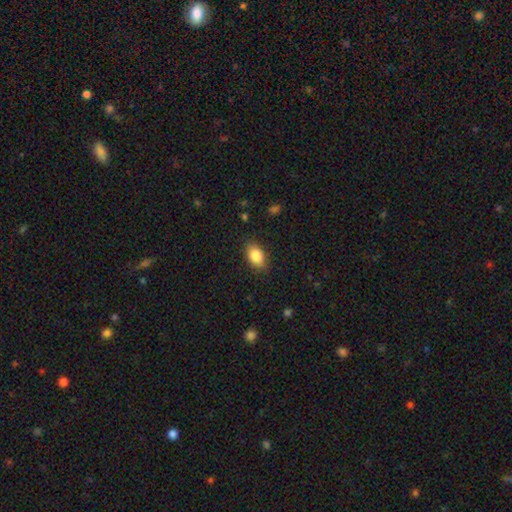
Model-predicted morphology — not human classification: type=smooth (86%); roundness=in between (87%); merging=none (85%).